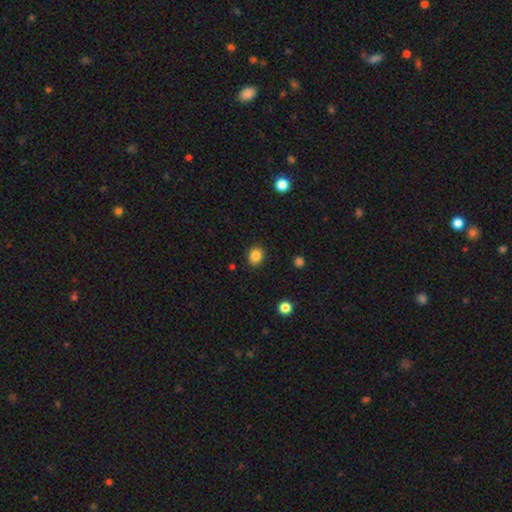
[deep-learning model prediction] The model was most divided on "how rounded": round: 66%, in between: 34%, cigar-shaped: 1%. More confident: merging — none (90%); smooth or featured — smooth (85%).